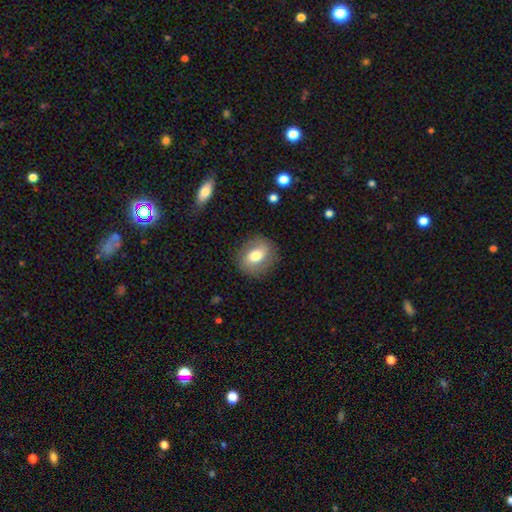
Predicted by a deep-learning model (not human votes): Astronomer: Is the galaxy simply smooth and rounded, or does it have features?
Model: smooth — 69%.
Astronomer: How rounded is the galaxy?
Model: round — 64%.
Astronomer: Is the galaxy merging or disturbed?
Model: none — 85%.